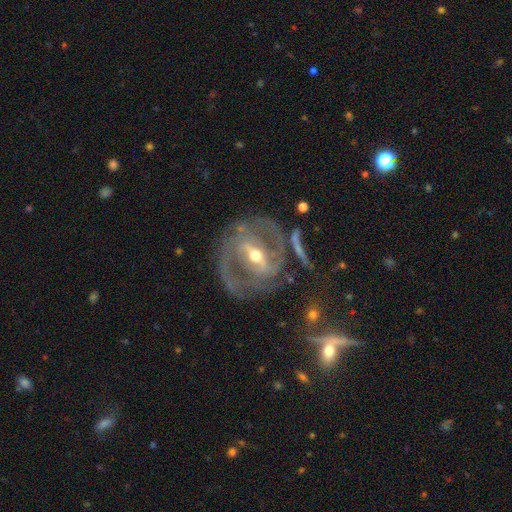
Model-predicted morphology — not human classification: featured or disk 89%, smooth 6%, star or artifact 5%. Down the decision tree: edge-on disk — no (95%); bar — strong (63%); spiral arms — yes (93%); spiral arm count — 2 (78%); spiral winding — medium (47%); bulge size — moderate (57%); merging — none (68%).